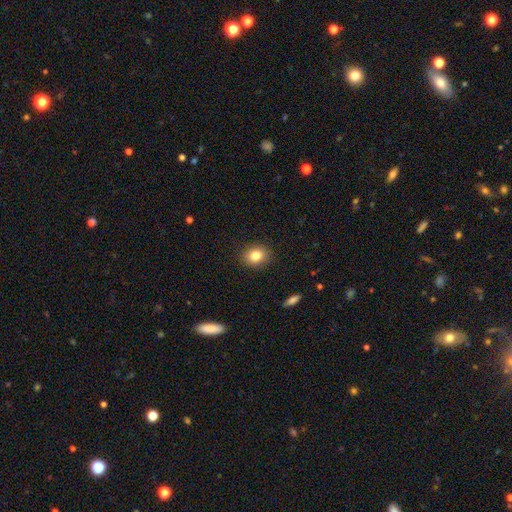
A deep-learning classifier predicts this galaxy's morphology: smooth 82%, star or artifact 10%, featured or disk 8%. Down the decision tree: how rounded — round (57%); merging — none (89%).